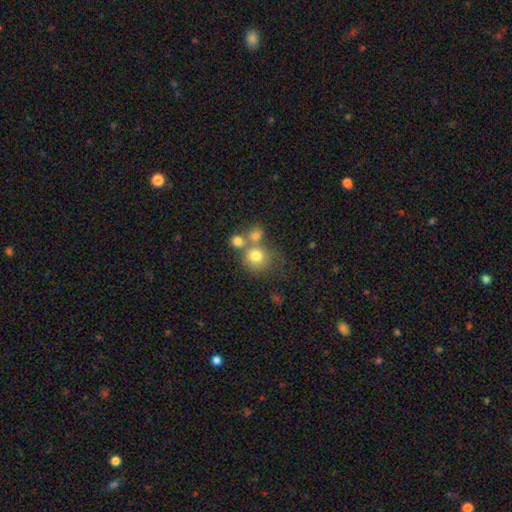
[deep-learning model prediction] Smooth or featured? smooth (73%)
How rounded? round (84%)
Merging? none (47%)